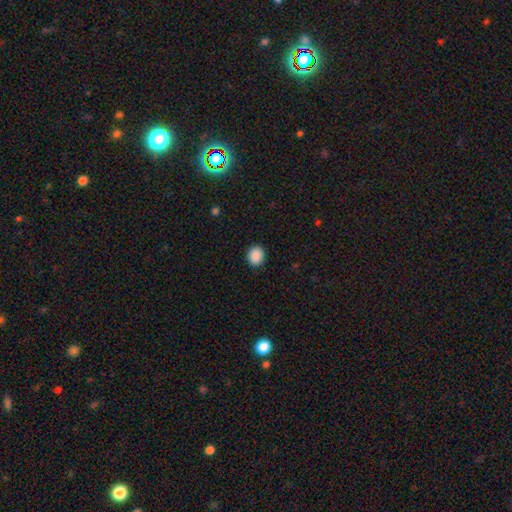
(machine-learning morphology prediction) The model was most divided on "how rounded": round: 74%, in between: 25%, cigar-shaped: 1%. More confident: merging — none (91%); smooth or featured — smooth (89%).